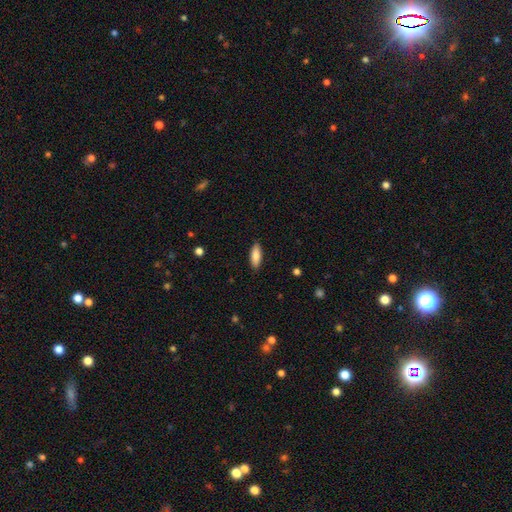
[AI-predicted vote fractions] The model was most divided on "how rounded": in between: 68%, cigar-shaped: 30%, round: 2%. More confident: merging — none (88%); smooth or featured — smooth (85%).